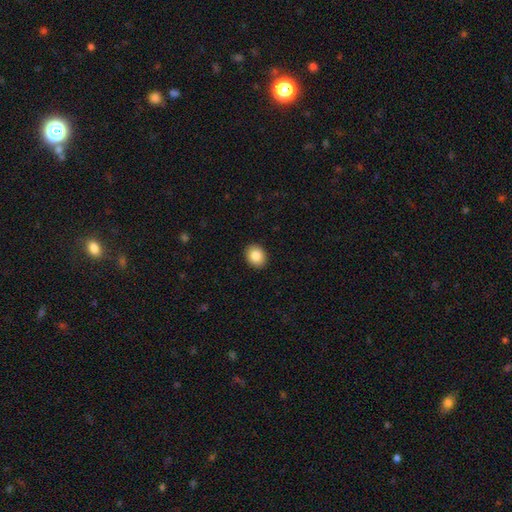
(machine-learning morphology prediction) A smooth galaxy with no disk features (86%) that is round (54%). Merging: none (92%).